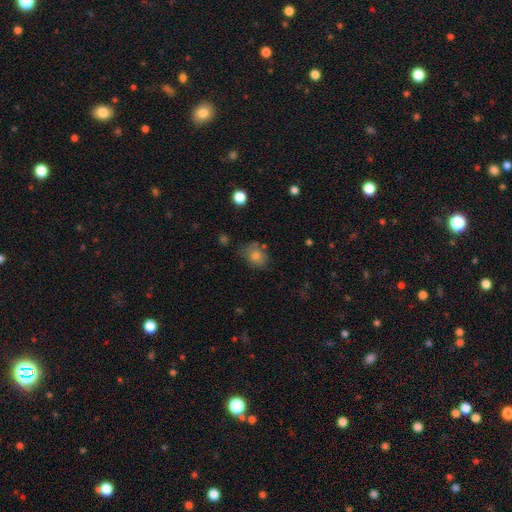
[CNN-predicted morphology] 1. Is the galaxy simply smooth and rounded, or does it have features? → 74% smooth, 14% featured or disk, 12% star or artifact.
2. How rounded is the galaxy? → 51% round, 47% in between, 1% cigar-shaped.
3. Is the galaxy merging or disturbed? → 67% none, 23% minor disturbance, 6% major disturbance, 4% merger.